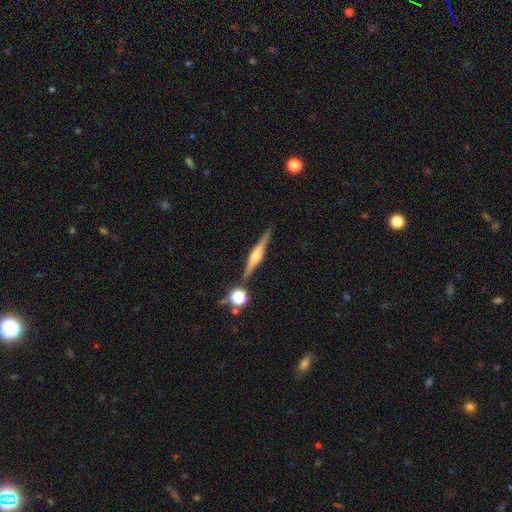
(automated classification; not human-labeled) This appears to be a featured or disk galaxy (76%) viewed edge-on (98%) with a rounded central bulge (85%). Merging: none (86%).